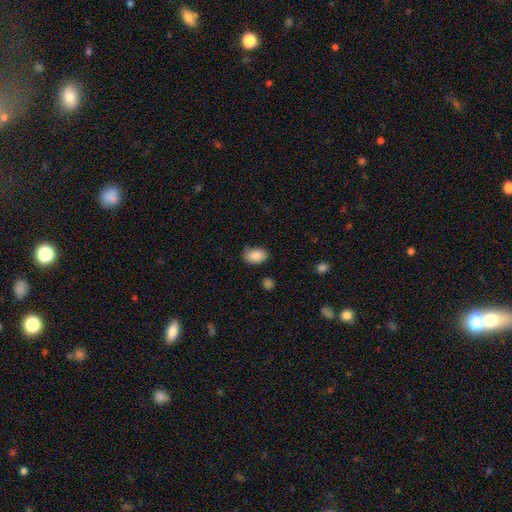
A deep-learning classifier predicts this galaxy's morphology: This appears to be a smooth galaxy with no disk features (87%) that is in between round and cigar-shaped (83%). Merging: none (74%).